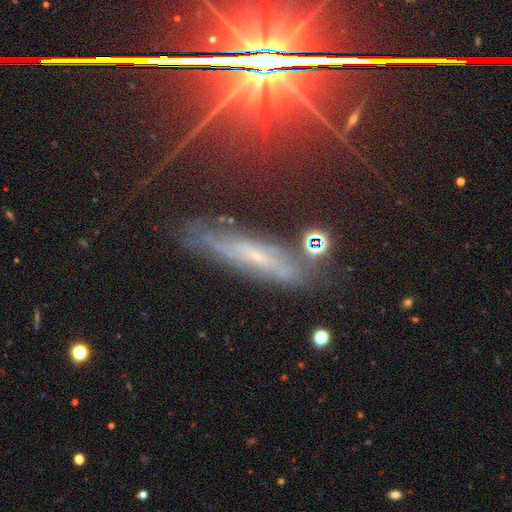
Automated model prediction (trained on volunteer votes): Q: Smooth or featured?
A: featured or disk (56%); runner-up: star or artifact (23%)
Q: Edge-on disk?
A: yes (59%); runner-up: no (41%)
Q: Merging?
A: none (69%); runner-up: minor disturbance (21%)